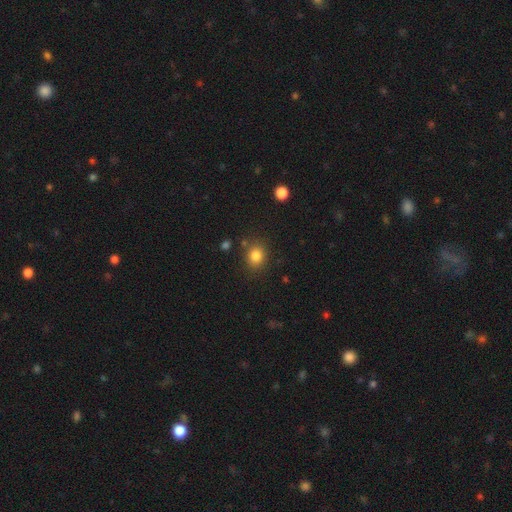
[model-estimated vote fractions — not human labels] Smooth or featured?
  - smooth: 83% *
  - star or artifact: 11%
  - featured or disk: 6%
How rounded?
  - round: 68% *
  - in between: 31%
  - cigar-shaped: 1%
Merging?
  - none: 83% *
  - minor disturbance: 10%
  - merger: 4%
  - major disturbance: 3%